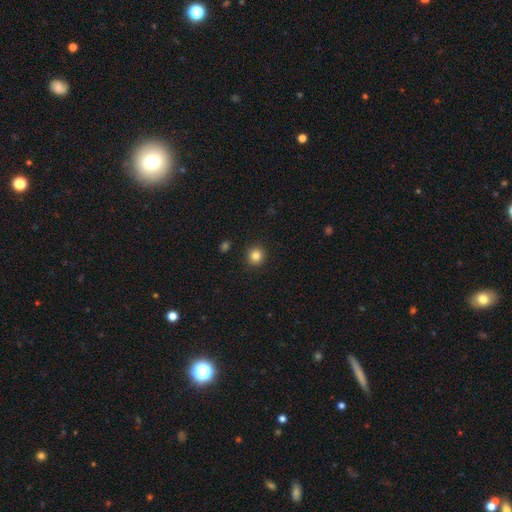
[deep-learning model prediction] This is clearly a smooth galaxy (84%). How rounded: clearly round (93%). Merging: clearly none (92%).